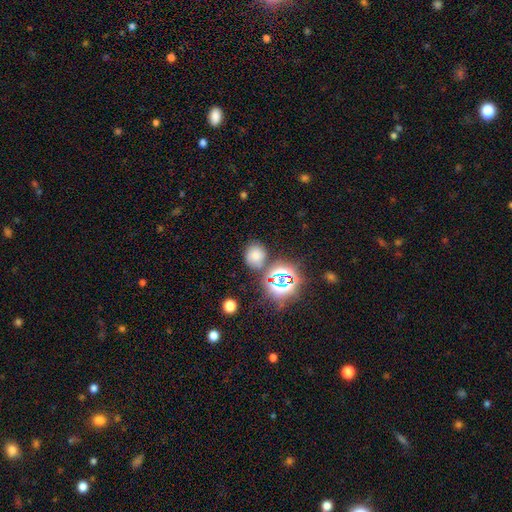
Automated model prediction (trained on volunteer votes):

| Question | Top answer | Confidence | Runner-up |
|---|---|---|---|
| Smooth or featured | smooth | 59% | star or artifact (29%) |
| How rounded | round | 73% | in between (26%) |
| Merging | none | 71% | minor disturbance (14%) |